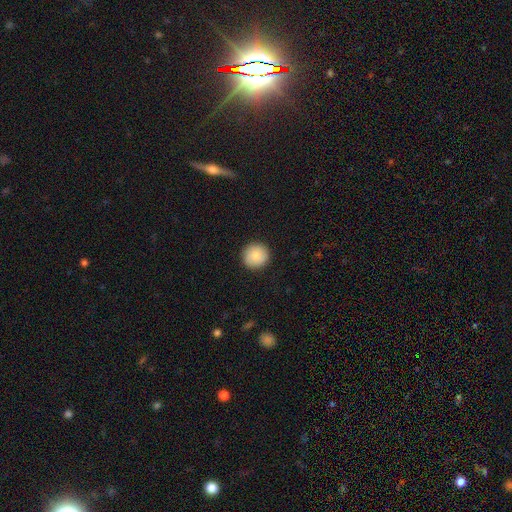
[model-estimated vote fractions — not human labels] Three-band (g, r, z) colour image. It shows a smooth galaxy with no disk features (85%) that is round (95%). Merging: none (92%).